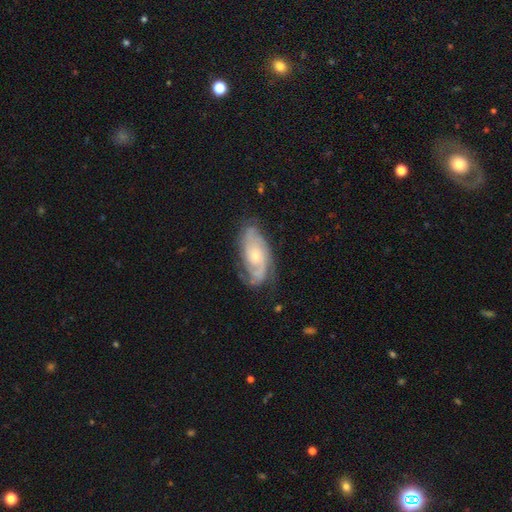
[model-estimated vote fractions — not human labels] Smooth or featured: featured or disk — 83% (smooth — 12%)
Edge-on disk: no — 94% (yes — 6%)
Bar: no — 74% (weak — 21%)
Spiral arms: yes — 95% (no — 5%)
Spiral winding: tight — 55% (medium — 35%)
Spiral arm count: 2 — 39% (can't tell — 27%)
Bulge size: small — 61% (moderate — 35%)
Merging: none — 70% (minor disturbance — 21%)